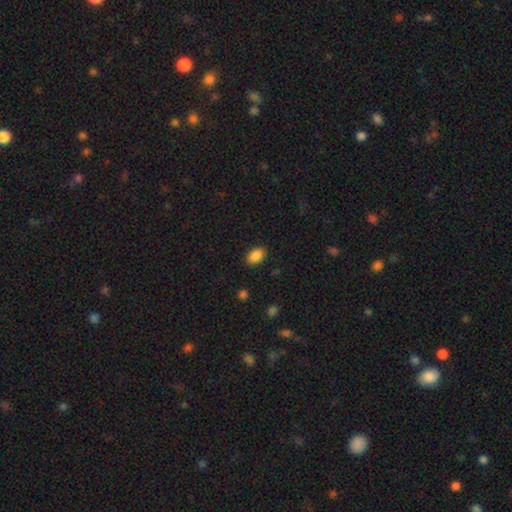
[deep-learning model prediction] Morphology: type=smooth (88%); roundness=in between (88%); merging=none (87%).